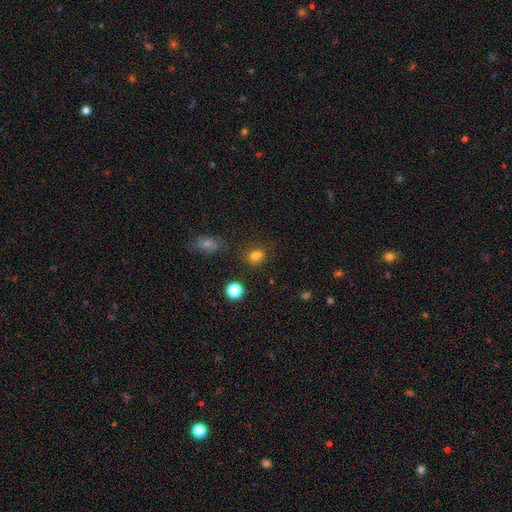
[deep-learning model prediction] smooth 73%, star or artifact 18%, featured or disk 9%. Down the decision tree: how rounded — round (56%); merging — none (53%).